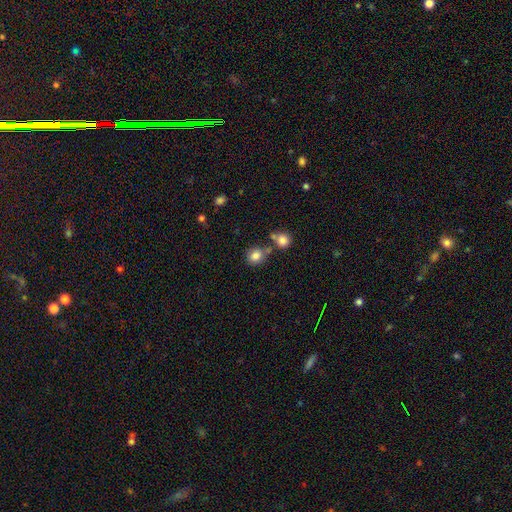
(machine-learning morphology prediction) Smooth or featured: smooth — 83% (star or artifact — 11%)
How rounded: round — 78% (in between — 21%)
Merging: none — 70% (merger — 15%)